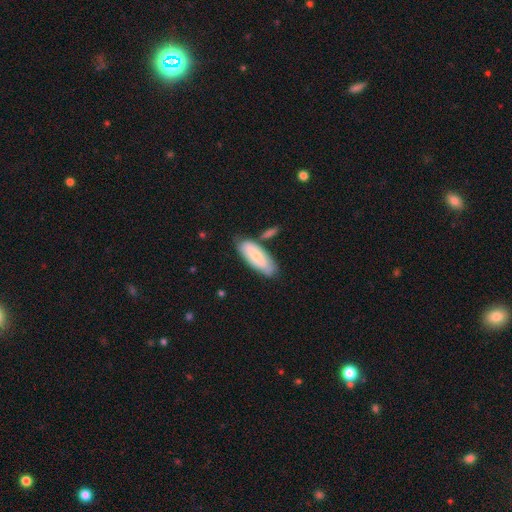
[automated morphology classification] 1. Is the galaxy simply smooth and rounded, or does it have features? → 64% smooth, 30% featured or disk, 6% star or artifact.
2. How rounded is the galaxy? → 72% in between, 26% cigar-shaped, 2% round.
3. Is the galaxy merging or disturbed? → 67% none, 19% minor disturbance, 10% merger, 4% major disturbance.